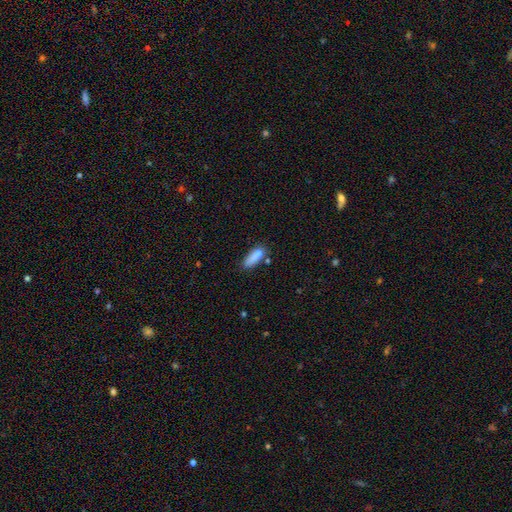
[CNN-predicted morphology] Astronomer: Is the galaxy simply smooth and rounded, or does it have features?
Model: smooth — 83%.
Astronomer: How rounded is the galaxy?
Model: in between — 55% (runner-up: cigar-shaped, 43%).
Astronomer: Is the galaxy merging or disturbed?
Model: none — 63%.